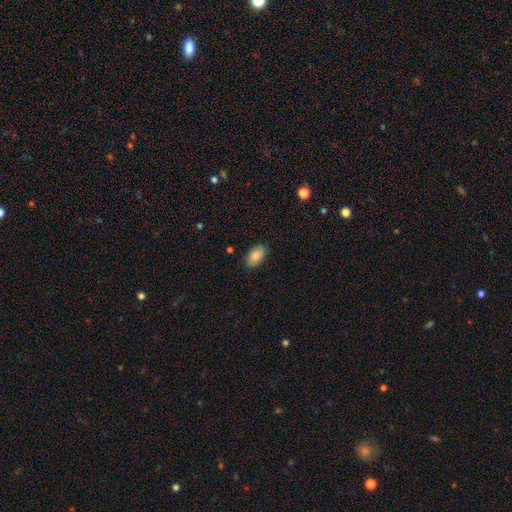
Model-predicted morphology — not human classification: Smooth or featured: smooth — 87% (star or artifact — 7%)
How rounded: in between — 94% (round — 4%)
Merging: none — 85% (minor disturbance — 11%)